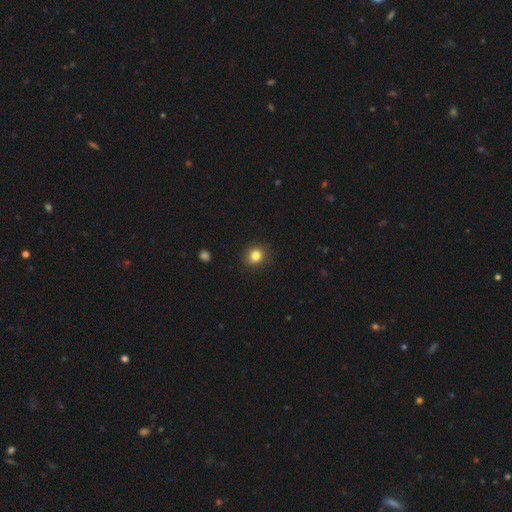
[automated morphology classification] The model was most divided on "how rounded": round: 79%, in between: 20%, cigar-shaped: 1%. More confident: merging — none (89%); smooth or featured — smooth (83%).